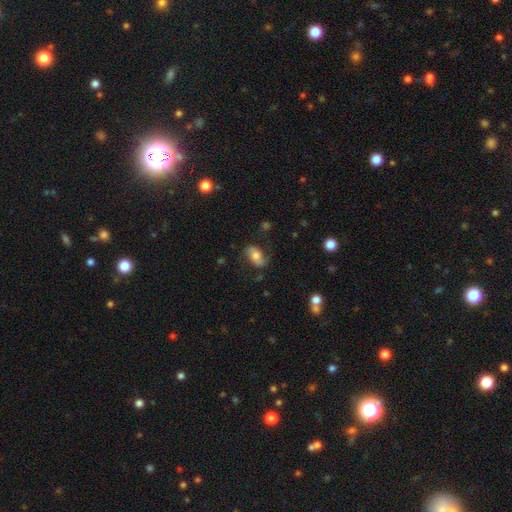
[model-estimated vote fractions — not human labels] smooth 48%, featured or disk 44%, star or artifact 8%. Down the decision tree: merging — none (70%).